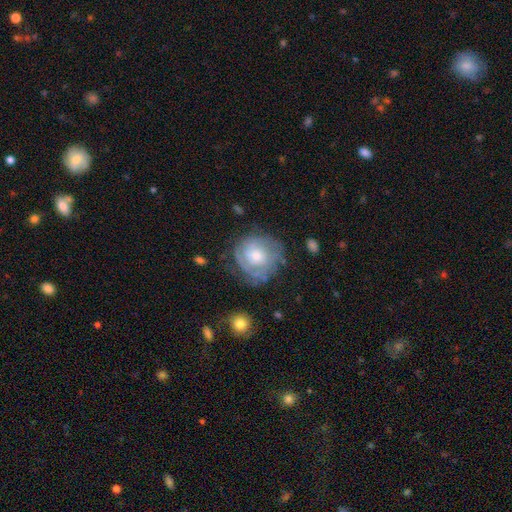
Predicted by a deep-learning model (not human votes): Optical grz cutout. It shows a featured or disk galaxy (65%) with no bar (76%), tight (70%) spiral arms (80%) and a moderate central bulge (53%). Merging: none (66%).